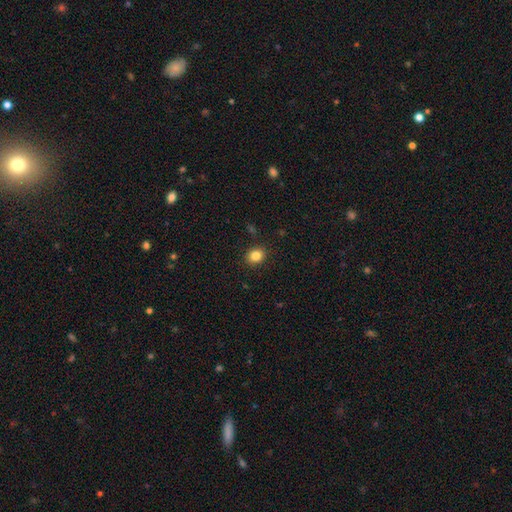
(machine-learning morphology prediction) type=smooth (84%); roundness=round (62%); merging=none (89%).